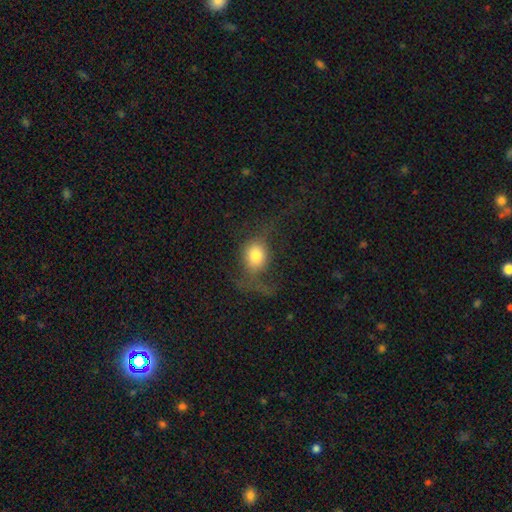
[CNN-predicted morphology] type=smooth (65%); roundness=round (61%); merging=major disturbance (39%).